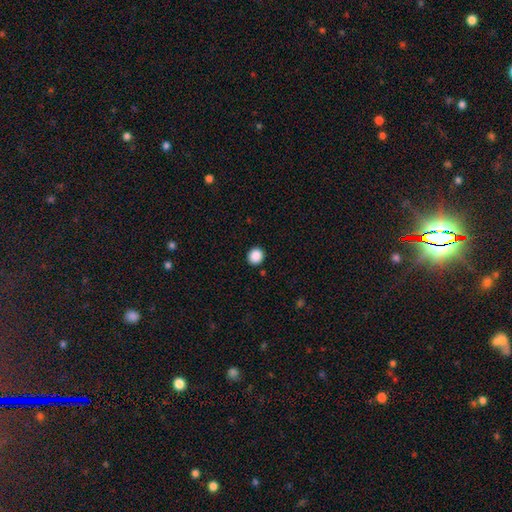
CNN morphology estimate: A smooth galaxy with no disk features (89%) that is round (85%). Merging: none (92%).